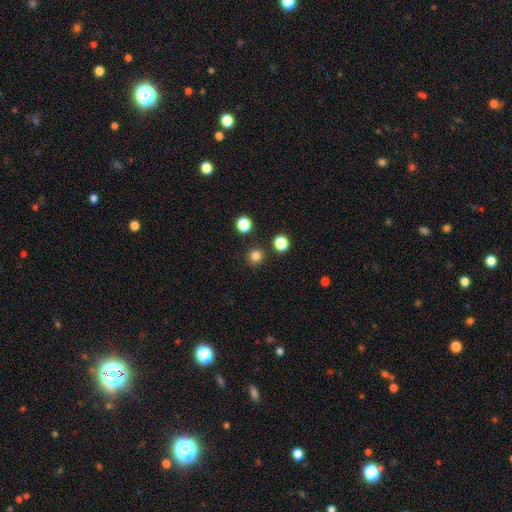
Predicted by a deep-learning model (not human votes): Q: Smooth or featured?
A: smooth (82%); runner-up: star or artifact (15%)
Q: How rounded?
A: round (93%); runner-up: in between (6%)
Q: Merging?
A: none (88%); runner-up: minor disturbance (6%)